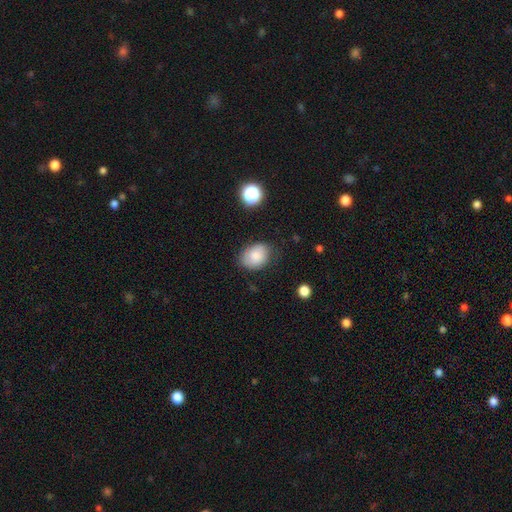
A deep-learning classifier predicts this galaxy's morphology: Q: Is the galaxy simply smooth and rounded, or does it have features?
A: smooth — 80%.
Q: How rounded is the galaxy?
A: in between — 71%.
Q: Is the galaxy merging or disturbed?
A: none — 74%.